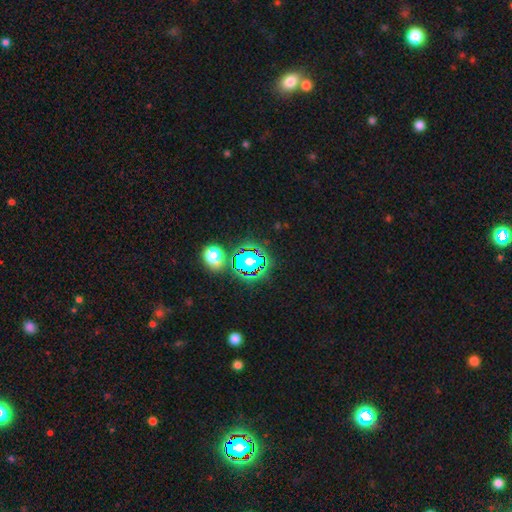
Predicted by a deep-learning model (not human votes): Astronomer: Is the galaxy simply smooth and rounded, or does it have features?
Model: star or artifact — 71%.